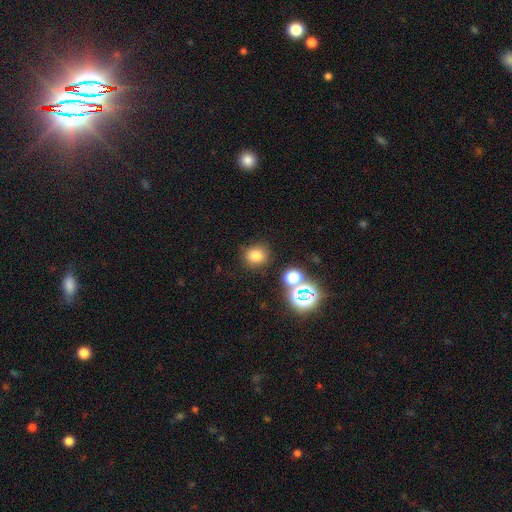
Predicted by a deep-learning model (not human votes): smooth_or_featured: smooth (p=0.75) [alt: star or artifact p=0.18]
how_rounded: round (p=0.82) [alt: in between p=0.17]
merging: none (p=0.83) [alt: minor disturbance p=0.08]